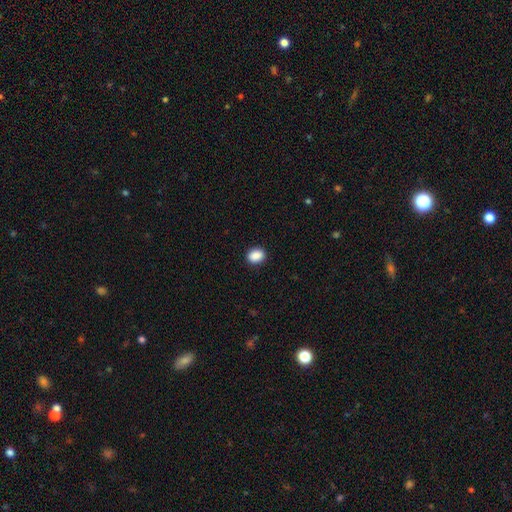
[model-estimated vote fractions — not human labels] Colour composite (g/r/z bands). It shows a smooth galaxy with no disk features (89%) that is in between round and cigar-shaped (53%). Merging: none (90%).